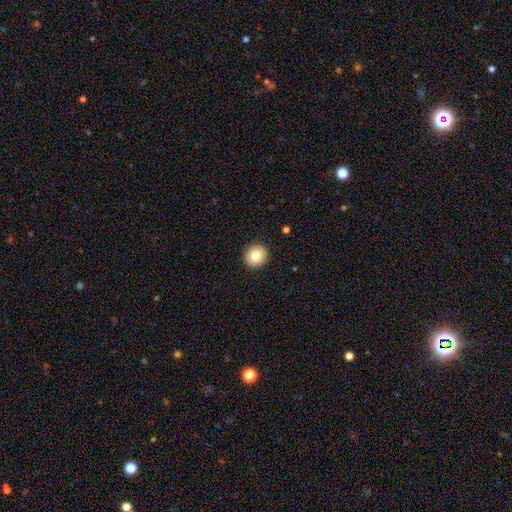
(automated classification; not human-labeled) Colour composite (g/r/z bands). It shows a smooth galaxy with no disk features (82%) that is round (93%). Merging: none (93%).